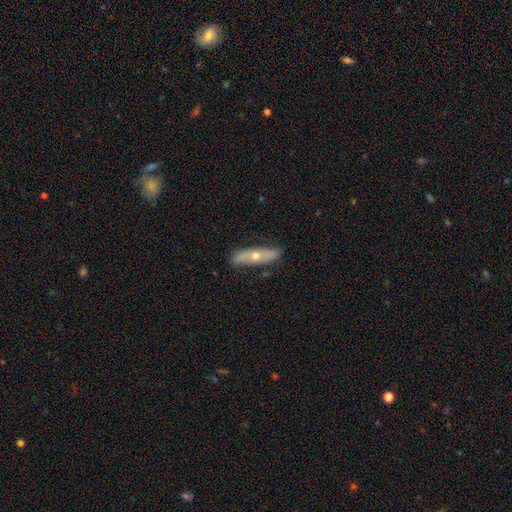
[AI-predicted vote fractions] A featured or disk galaxy (52%) viewed edge-on (63%). Merging: none (84%).